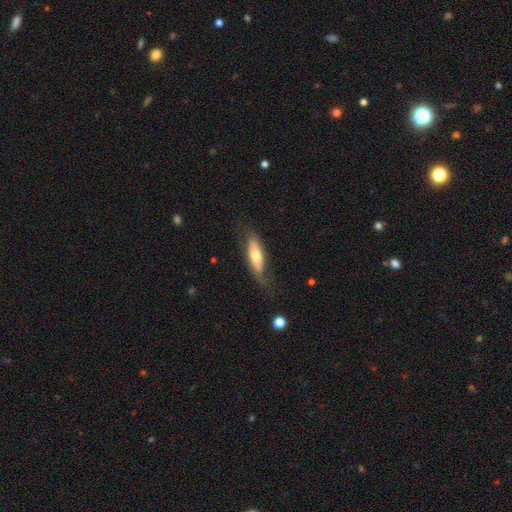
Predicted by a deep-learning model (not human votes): Overall: smooth (50%; featured or disk 45%). Merging: none (65%).